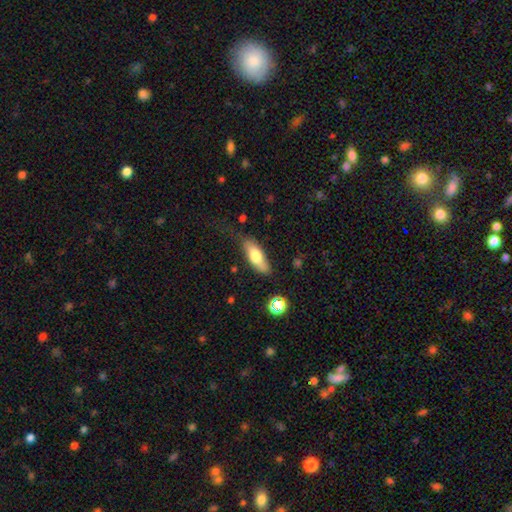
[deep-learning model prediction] Smooth or featured? smooth (69%)
How rounded? in between (65%)
Merging? none (71%)